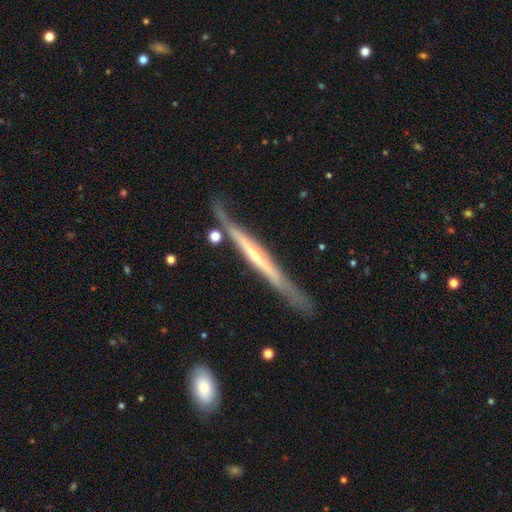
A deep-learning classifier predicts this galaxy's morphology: Overall: featured or disk (76%). Edge-on disk: yes (94%). Edge-on bulge: none (48%; rounded 43%). Merging: none (71%).